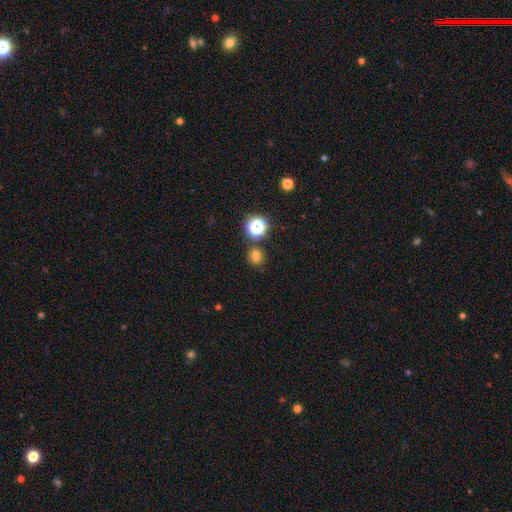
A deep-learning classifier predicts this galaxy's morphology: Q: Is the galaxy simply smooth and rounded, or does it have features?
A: smooth — 72%.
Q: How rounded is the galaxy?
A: round — 77%.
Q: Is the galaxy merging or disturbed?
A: none — 81%.